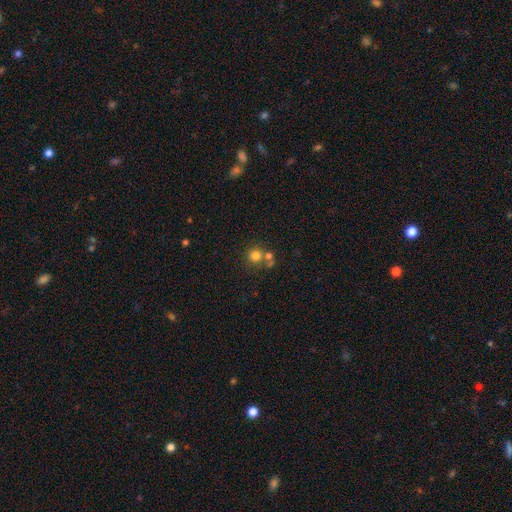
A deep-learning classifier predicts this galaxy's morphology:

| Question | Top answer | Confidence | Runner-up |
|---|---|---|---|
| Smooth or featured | smooth | 77% | star or artifact (14%) |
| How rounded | round | 91% | in between (8%) |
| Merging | none | 59% | merger (29%) |